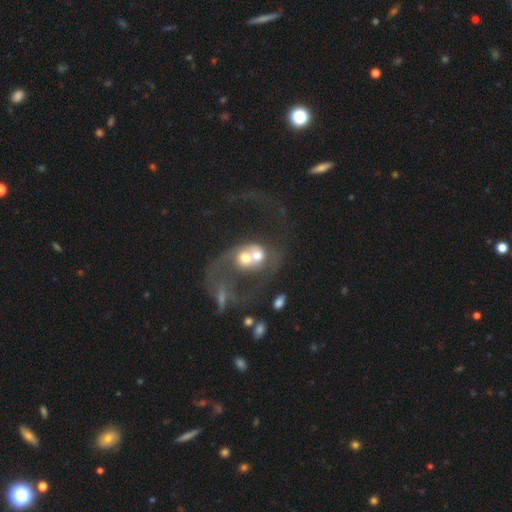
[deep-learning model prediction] This is possibly a featured or disk galaxy (57%). It is clearly not viewed edge-on (96%). Bar: clearly no (81%). Spiral arm pattern: possibly no (53%). Central bulge: possibly moderate (52%). Merging: likely merger (74%).